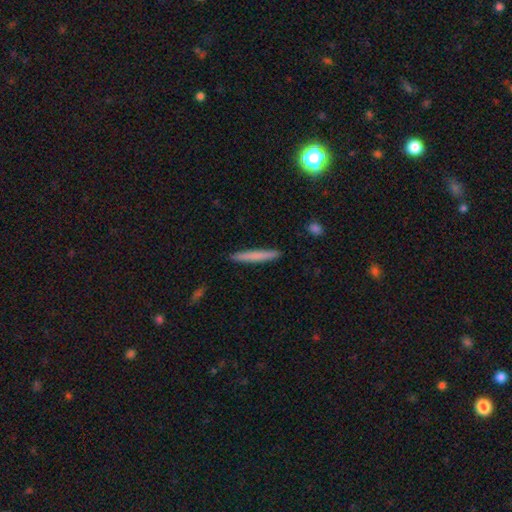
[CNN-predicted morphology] This appears to be a smooth galaxy with no disk features (73%) that is cigar-shaped (96%). Merging: none (92%).